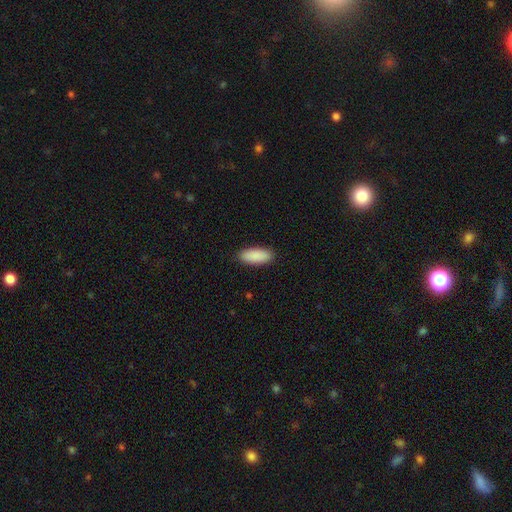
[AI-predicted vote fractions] smooth 91%, star or artifact 5%, featured or disk 4%. Down the decision tree: how rounded — in between (81%); merging — none (90%).